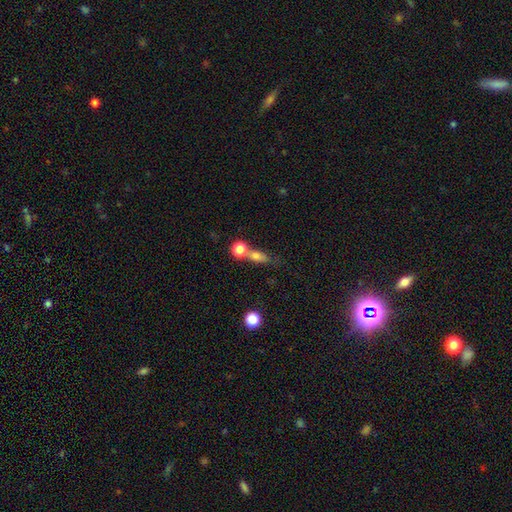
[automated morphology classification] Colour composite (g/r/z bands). It shows a smooth galaxy with no disk features (72%) that is in between round and cigar-shaped (49%). Merging: none (42%).